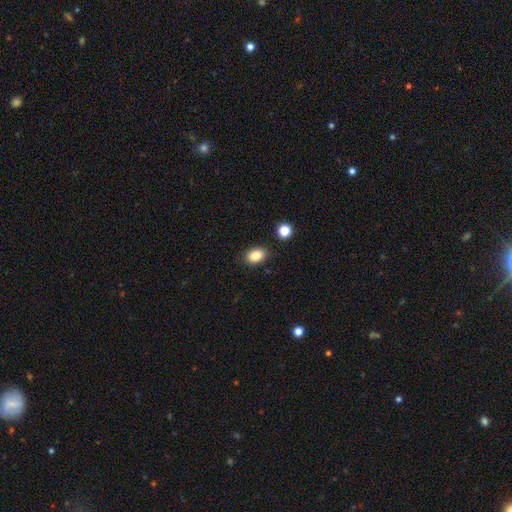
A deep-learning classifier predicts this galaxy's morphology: Smooth or featured? smooth (87%)
How rounded? in between (80%)
Merging? none (85%)